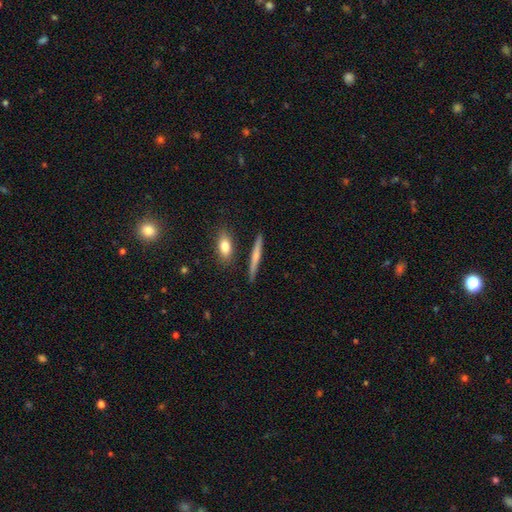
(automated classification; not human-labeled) Smooth or featured? Predicted: smooth (p=0.53). How rounded? Predicted: cigar-shaped (p=0.92). Merging? Predicted: none (p=0.86).